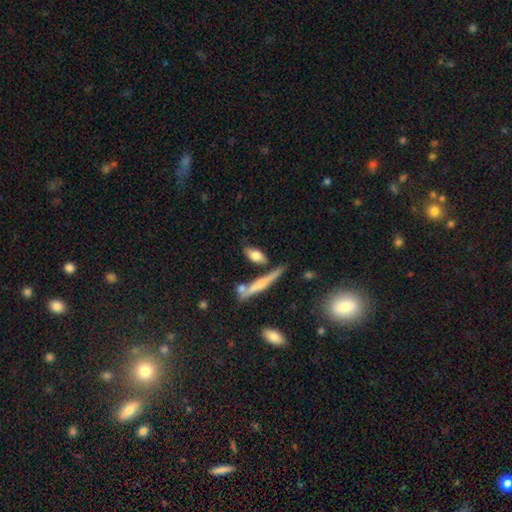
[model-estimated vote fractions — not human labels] This appears to be a smooth galaxy with no disk features (68%) that is in between round and cigar-shaped (68%). Merging: none (67%).